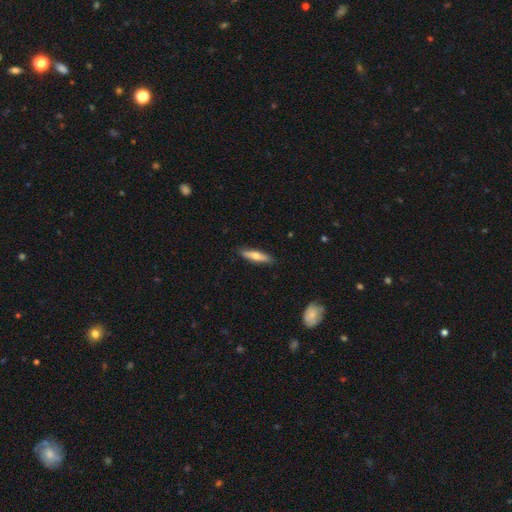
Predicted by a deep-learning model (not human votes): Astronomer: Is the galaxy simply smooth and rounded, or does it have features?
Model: smooth — 53% (runner-up: featured or disk, 42%).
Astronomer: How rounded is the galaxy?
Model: cigar-shaped — 76%.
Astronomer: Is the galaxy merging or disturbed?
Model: none — 88%.